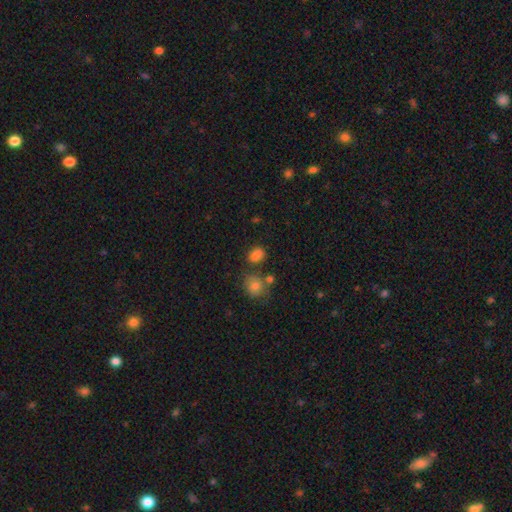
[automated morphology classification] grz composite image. It shows a smooth galaxy with no disk features (79%) that is in between round and cigar-shaped (52%). Merging: none (62%).